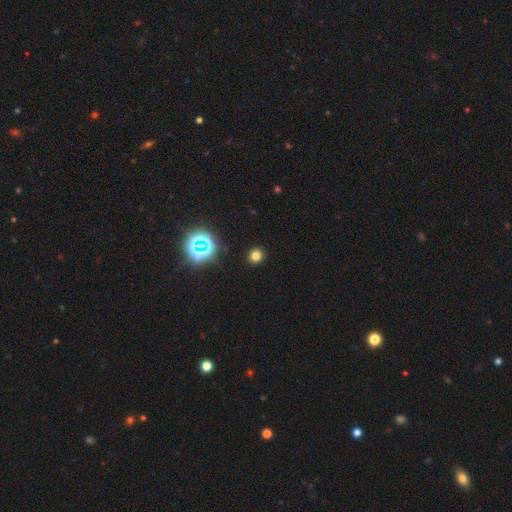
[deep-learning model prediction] Morphology: type=smooth (73%); roundness=round (91%); merging=none (92%).